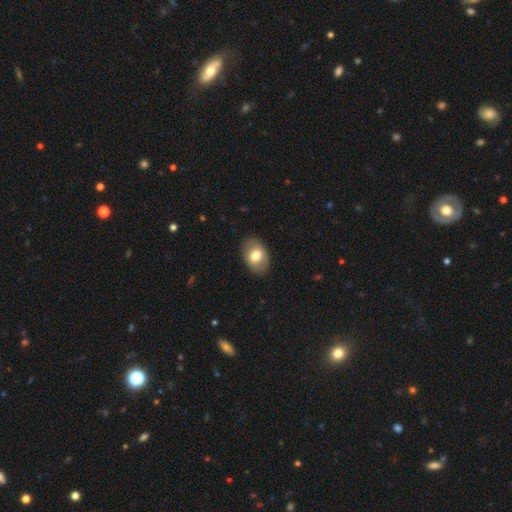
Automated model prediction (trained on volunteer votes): Overall: smooth (69%). How rounded: in between (86%). Merging: none (86%).